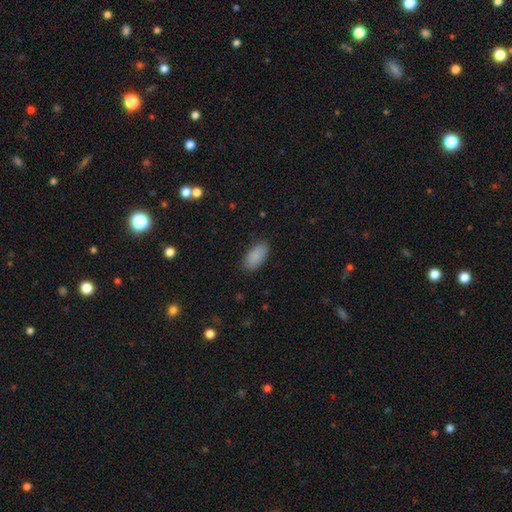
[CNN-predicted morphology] Smooth or featured?
  - smooth: 88% *
  - star or artifact: 7%
  - featured or disk: 5%
How rounded?
  - in between: 93% *
  - cigar-shaped: 5%
  - round: 2%
Merging?
  - none: 85% *
  - minor disturbance: 11%
  - major disturbance: 2%
  - merger: 1%